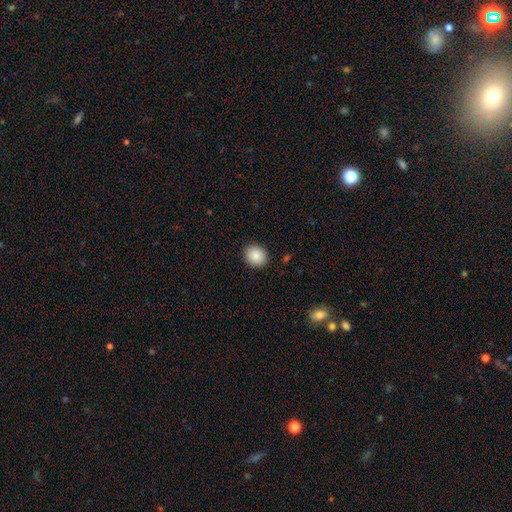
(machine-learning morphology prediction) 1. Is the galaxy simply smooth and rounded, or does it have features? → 88% smooth, 8% star or artifact, 4% featured or disk.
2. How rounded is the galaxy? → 73% round, 26% in between, 1% cigar-shaped.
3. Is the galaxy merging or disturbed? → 90% none, 7% minor disturbance, 2% major disturbance, 1% merger.